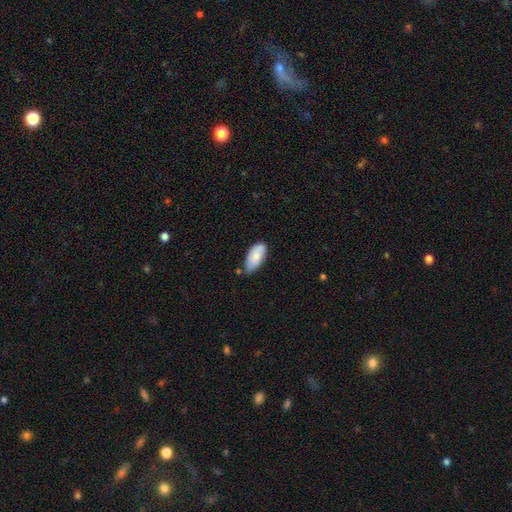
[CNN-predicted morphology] smooth-or-featured: smooth: 81% | featured or disk: 13% | star or artifact: 6%
  how-rounded: in between: 92% | cigar-shaped: 6% | round: 2%
  merging: none: 59% | minor disturbance: 32% | merger: 5% | major disturbance: 4%